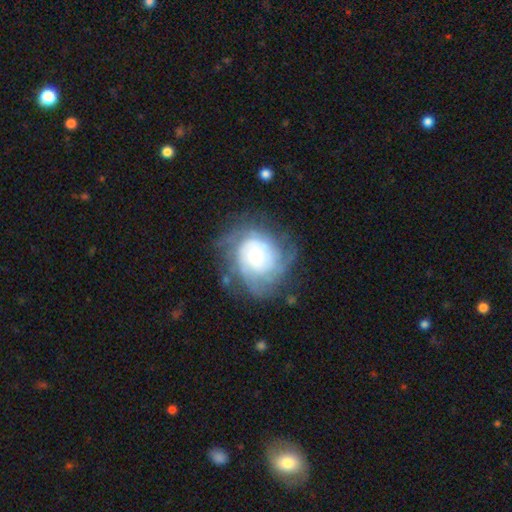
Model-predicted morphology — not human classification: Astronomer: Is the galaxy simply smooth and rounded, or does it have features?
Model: featured or disk — 75%.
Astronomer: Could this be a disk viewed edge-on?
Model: no — 98%.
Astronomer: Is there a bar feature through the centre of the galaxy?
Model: no — 77%.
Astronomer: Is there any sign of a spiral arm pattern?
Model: yes — 91%.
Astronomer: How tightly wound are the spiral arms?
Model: tight — 63%.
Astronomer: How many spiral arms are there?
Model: can't tell — 42% (runner-up: 3, 18%).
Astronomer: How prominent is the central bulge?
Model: moderate — 41% (runner-up: small, 32%).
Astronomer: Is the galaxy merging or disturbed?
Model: none — 64%.